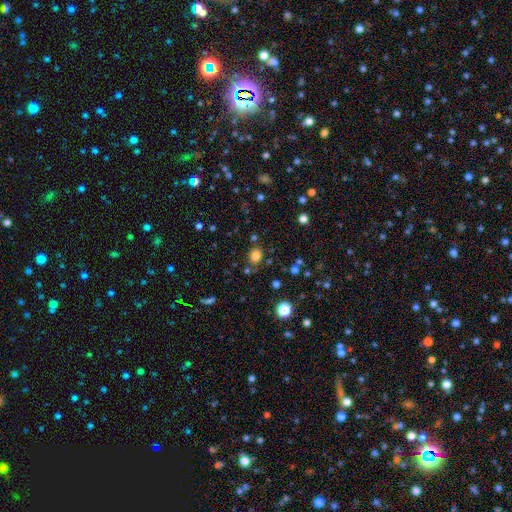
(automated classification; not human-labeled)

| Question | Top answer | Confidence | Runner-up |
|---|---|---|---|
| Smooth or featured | smooth | 79% | star or artifact (15%) |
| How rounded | round | 69% | in between (30%) |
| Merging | none | 81% | minor disturbance (10%) |